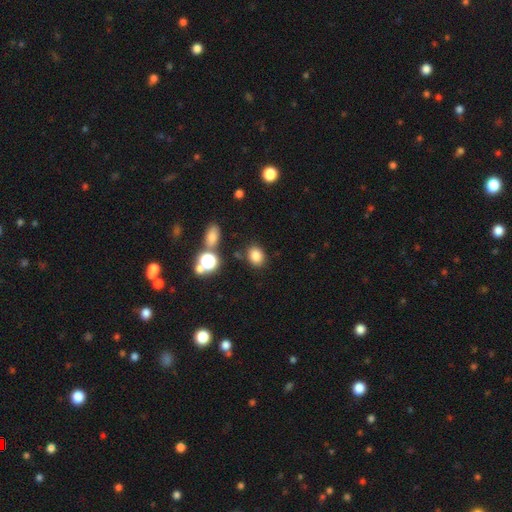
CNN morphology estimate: Smooth or featured? Predicted: smooth (p=0.81). How rounded? Predicted: in between (p=0.53). Merging? Predicted: none (p=0.81).